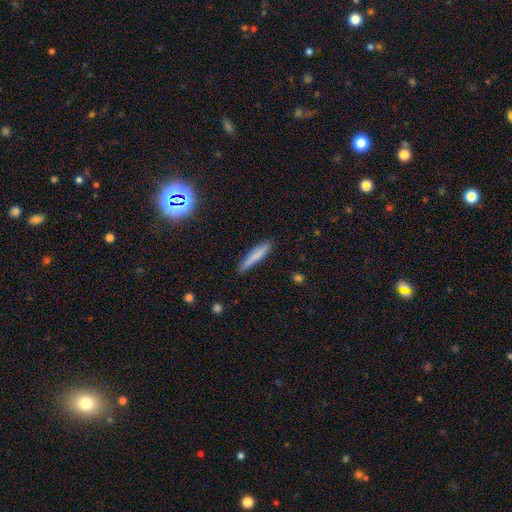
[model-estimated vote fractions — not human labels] The model was most divided on "smooth or featured": smooth: 78%, featured or disk: 15%, star or artifact: 7%. More confident: how rounded — cigar-shaped (89%); merging — none (80%).